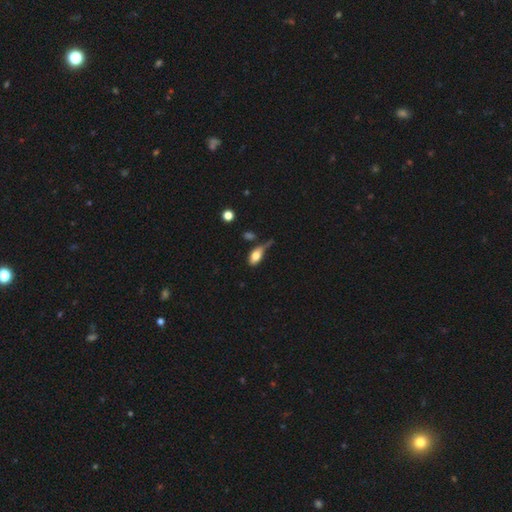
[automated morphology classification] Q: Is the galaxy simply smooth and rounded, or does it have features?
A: smooth — 71%.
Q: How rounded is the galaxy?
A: in between — 83%.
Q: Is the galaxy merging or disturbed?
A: none — 33%.